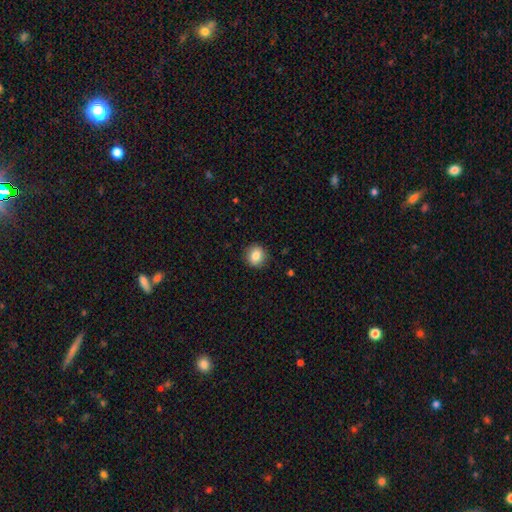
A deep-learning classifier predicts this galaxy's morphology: The model was most divided on "how rounded": round: 84%, in between: 15%, cigar-shaped: 1%. More confident: merging — none (90%); smooth or featured — smooth (84%).